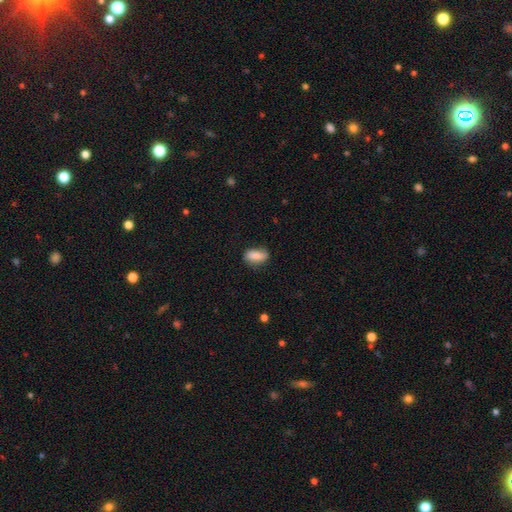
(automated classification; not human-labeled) Overall: smooth (73%). How rounded: in between (84%). Merging: none (69%).